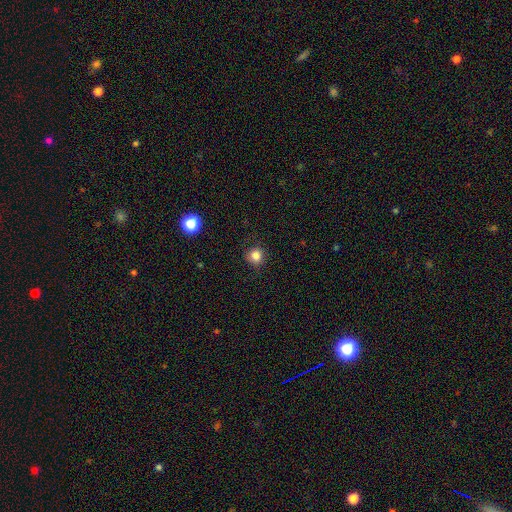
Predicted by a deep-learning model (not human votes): Q: Smooth or featured?
A: smooth (83%); runner-up: star or artifact (12%)
Q: How rounded?
A: round (89%); runner-up: in between (10%)
Q: Merging?
A: none (85%); runner-up: minor disturbance (11%)